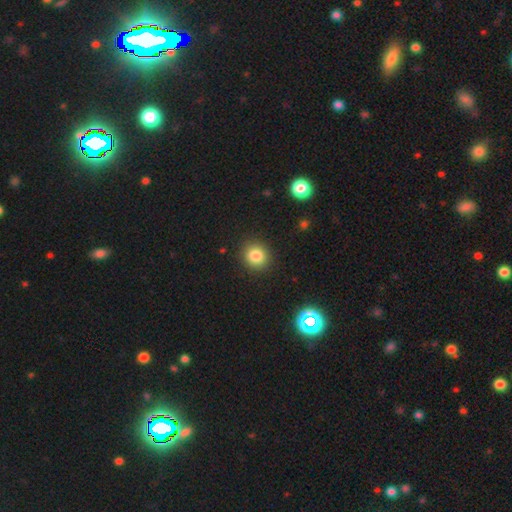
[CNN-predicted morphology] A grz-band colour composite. It shows a smooth galaxy with no disk features (83%) that is round (85%). Merging: none (90%).